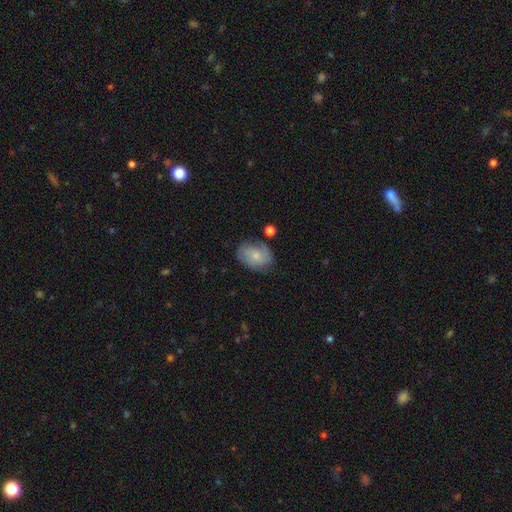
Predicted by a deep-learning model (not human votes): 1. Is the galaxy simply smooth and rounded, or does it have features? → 55% smooth, 38% featured or disk, 7% star or artifact.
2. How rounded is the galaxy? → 73% in between, 26% round, 1% cigar-shaped.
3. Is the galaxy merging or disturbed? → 63% none, 25% minor disturbance, 8% major disturbance, 4% merger.